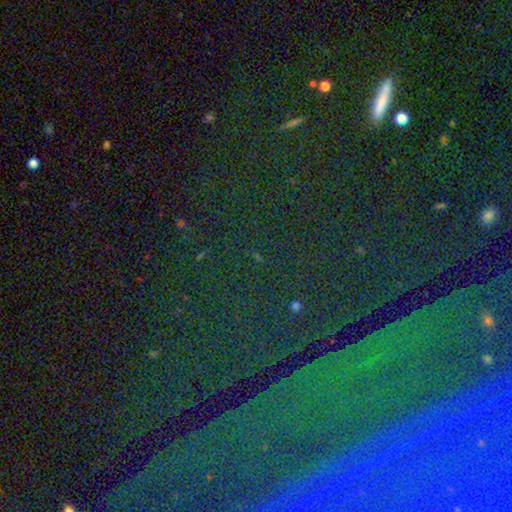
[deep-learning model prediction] Smooth or featured?
  - star or artifact: 78% *
  - featured or disk: 11%
  - smooth: 11%